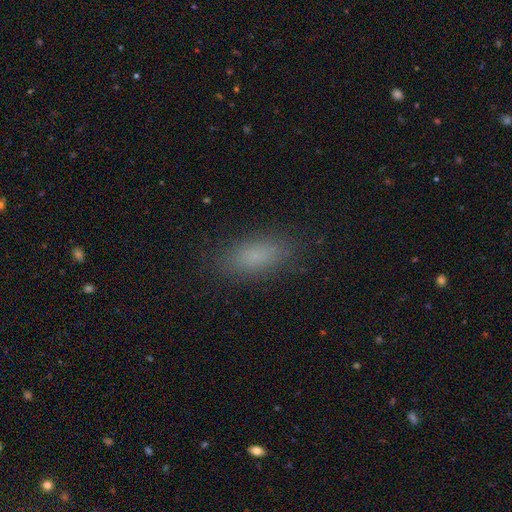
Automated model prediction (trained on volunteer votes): A smooth galaxy with no disk features (81%) that is in between round and cigar-shaped (80%). Merging: none (84%).